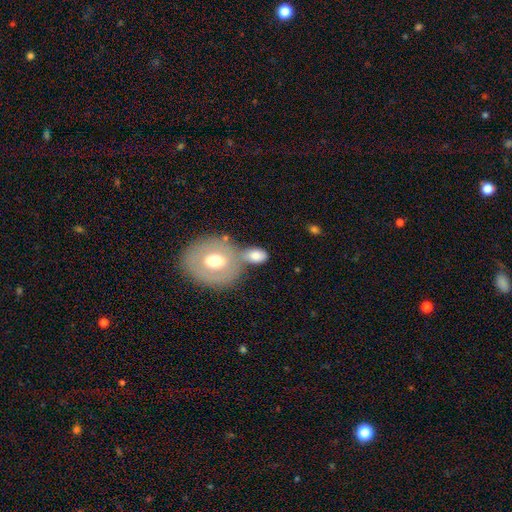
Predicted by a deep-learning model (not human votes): Q: Smooth or featured?
A: smooth (70%); runner-up: featured or disk (23%)
Q: How rounded?
A: in between (74%); runner-up: round (24%)
Q: Merging?
A: merger (42%); runner-up: none (35%)